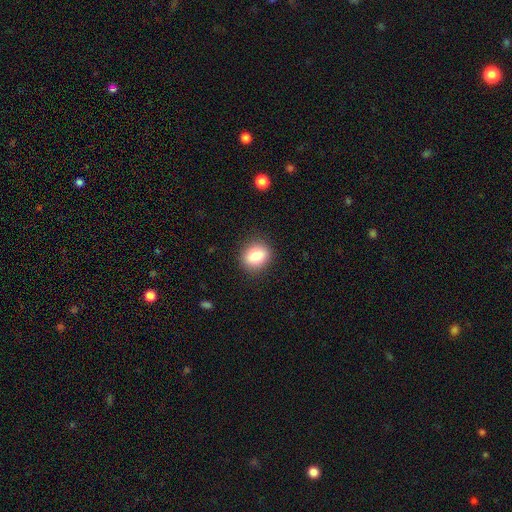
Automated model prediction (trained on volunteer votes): Q: Smooth or featured?
A: smooth (84%); runner-up: star or artifact (9%)
Q: How rounded?
A: round (58%); runner-up: in between (41%)
Q: Merging?
A: none (87%); runner-up: minor disturbance (9%)